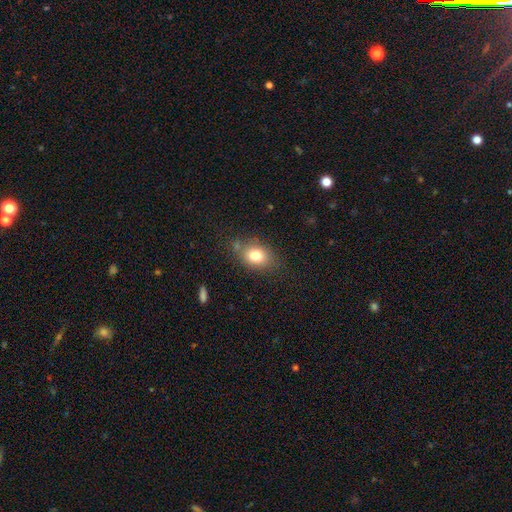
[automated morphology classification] A smooth galaxy with no disk features (78%) that is in between round and cigar-shaped (65%).

Vote fractions:
- Smooth or featured? smooth: 78% / featured or disk: 11% / star or artifact: 10%
- How rounded? in between: 65% / round: 34% / cigar-shaped: 1%
- Merging? none: 72% / minor disturbance: 18% / major disturbance: 5% / merger: 5%